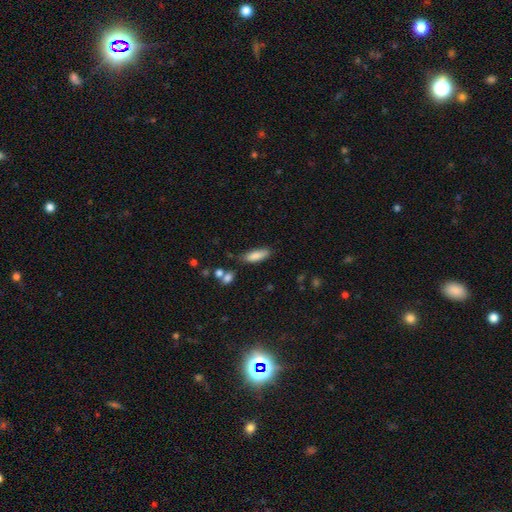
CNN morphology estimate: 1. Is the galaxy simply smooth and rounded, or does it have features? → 85% smooth, 8% featured or disk, 7% star or artifact.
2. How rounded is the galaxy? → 58% in between, 40% cigar-shaped, 2% round.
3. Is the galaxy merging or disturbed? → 70% none, 20% minor disturbance, 5% merger, 5% major disturbance.